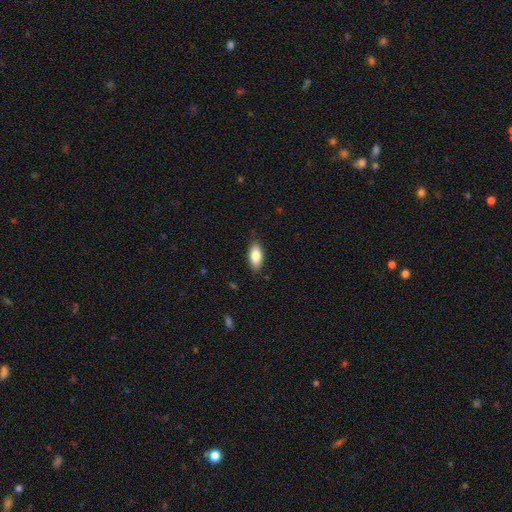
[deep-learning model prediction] A smooth galaxy with no disk features (82%) that is in between round and cigar-shaped (86%).

Vote fractions:
- Smooth or featured? smooth: 82% / featured or disk: 12% / star or artifact: 6%
- How rounded? in between: 86% / cigar-shaped: 11% / round: 2%
- Merging? none: 84% / minor disturbance: 12% / major disturbance: 2% / merger: 1%